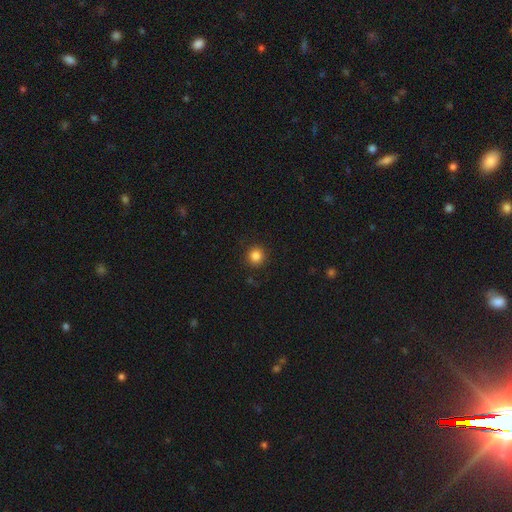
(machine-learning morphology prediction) A smooth galaxy with no disk features (85%) that is round (93%). Merging: none (90%).